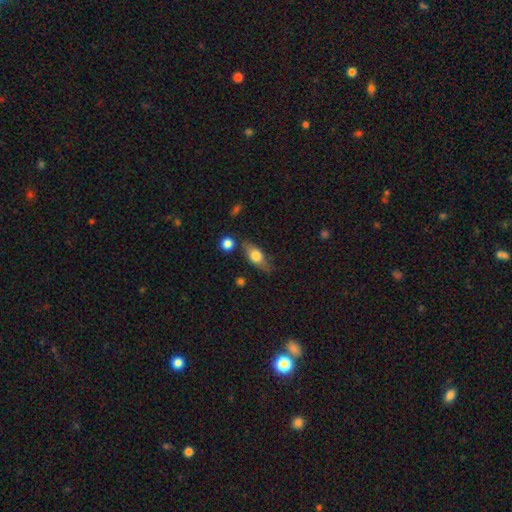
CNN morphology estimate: This is likely a smooth galaxy (66%). How rounded: likely in between (75%). Merging: likely none (66%).